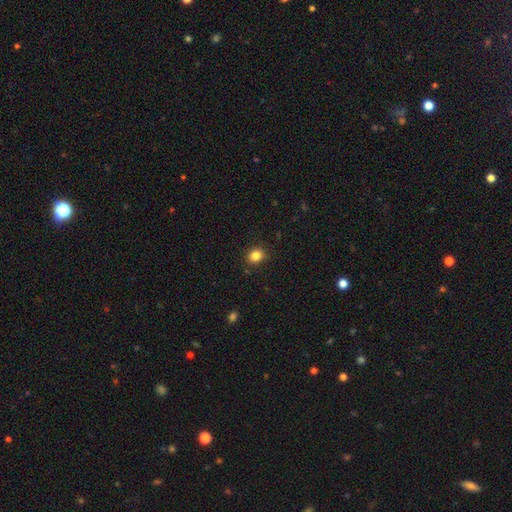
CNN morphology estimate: smooth_or_featured: smooth (p=0.84) [alt: star or artifact p=0.11]
how_rounded: round (p=0.67) [alt: in between p=0.32]
merging: none (p=0.89) [alt: minor disturbance p=0.08]